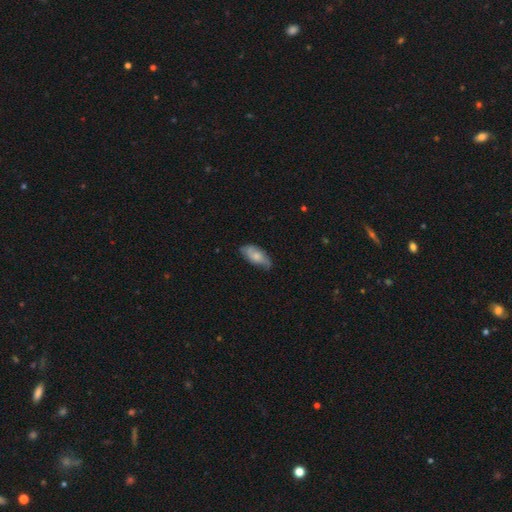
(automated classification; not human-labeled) A smooth galaxy with no disk features (55%) that is in between round and cigar-shaped (85%). Merging: none (65%).